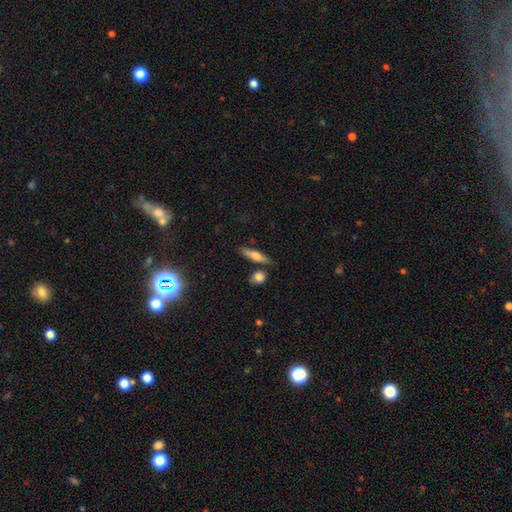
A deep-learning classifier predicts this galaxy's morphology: Smooth or featured? smooth (57%)
How rounded? cigar-shaped (72%)
Merging? none (76%)